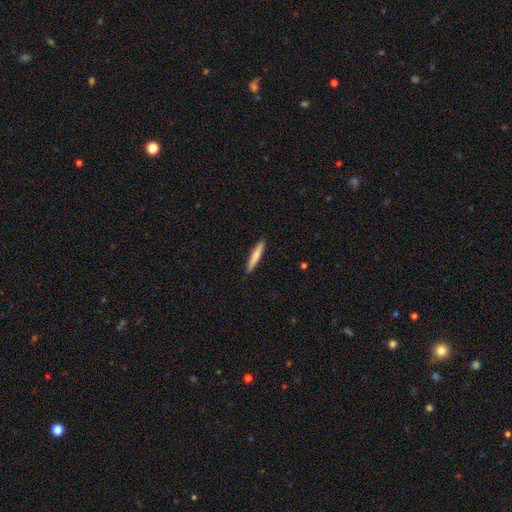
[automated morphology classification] This is likely a smooth galaxy (76%). How rounded: clearly cigar-shaped (94%). Merging: clearly none (91%).